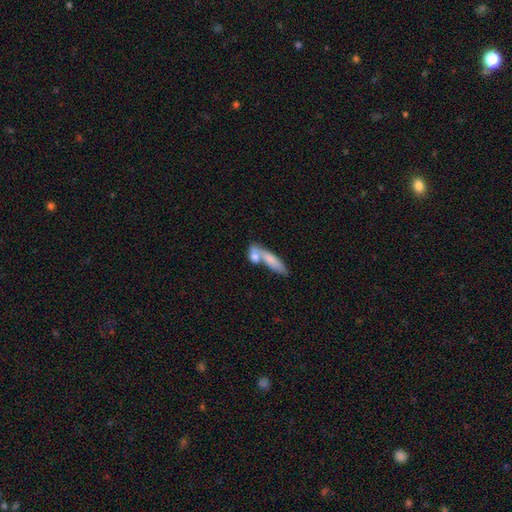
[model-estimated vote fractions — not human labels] Smooth or featured: smooth — 73% (featured or disk — 20%)
How rounded: in between — 51% (cigar-shaped — 39%)
Merging: merger — 54% (none — 31%)